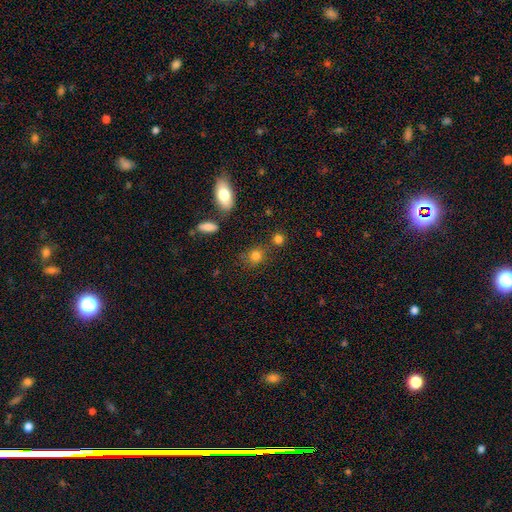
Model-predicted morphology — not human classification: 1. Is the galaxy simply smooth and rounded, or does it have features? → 81% smooth, 12% star or artifact, 7% featured or disk.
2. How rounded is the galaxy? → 72% round, 26% in between, 2% cigar-shaped.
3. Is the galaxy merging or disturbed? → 69% none, 14% minor disturbance, 11% merger, 5% major disturbance.